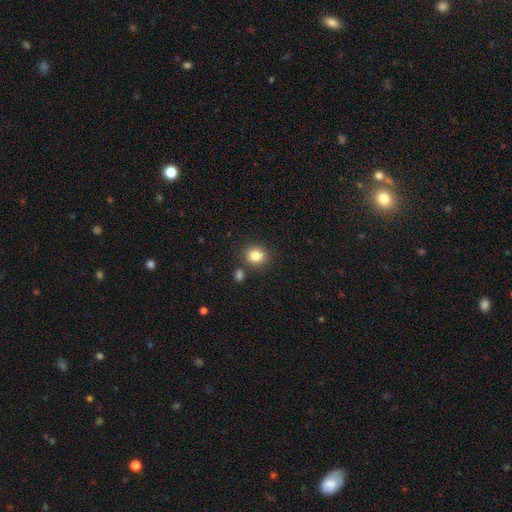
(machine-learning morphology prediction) This appears to be a smooth galaxy with no disk features (84%) that is round (75%). Merging: none (81%).